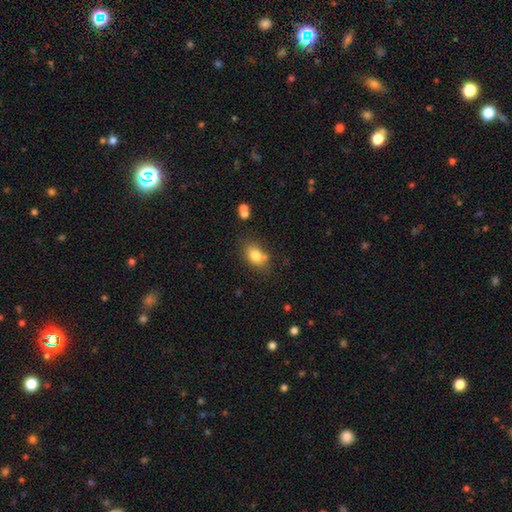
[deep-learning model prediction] Smooth or featured: smooth — 79% (featured or disk — 12%)
How rounded: in between — 81% (round — 16%)
Merging: none — 69% (minor disturbance — 15%)